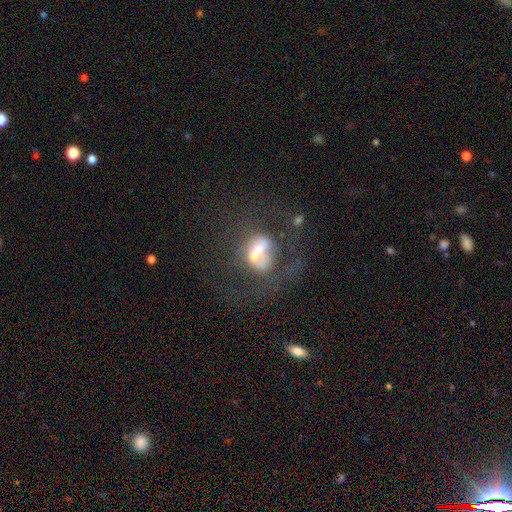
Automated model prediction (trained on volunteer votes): smooth_or_featured: featured or disk (p=0.49) [alt: smooth p=0.37]
merging: merger (p=0.53) [alt: none p=0.19]